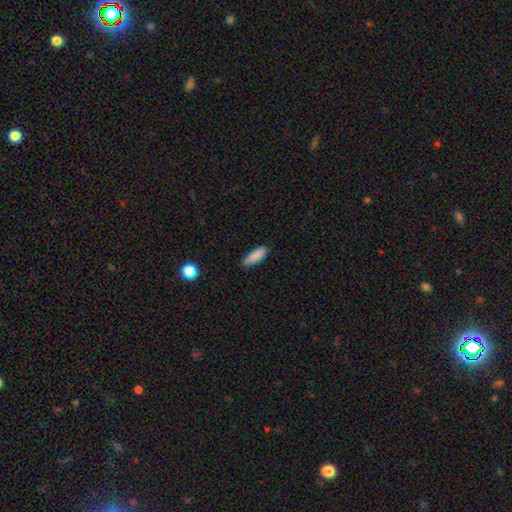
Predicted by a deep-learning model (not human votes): The model was most divided on "how rounded": in between: 58%, cigar-shaped: 41%, round: 2%. More confident: smooth or featured — smooth (87%); merging — none (77%).